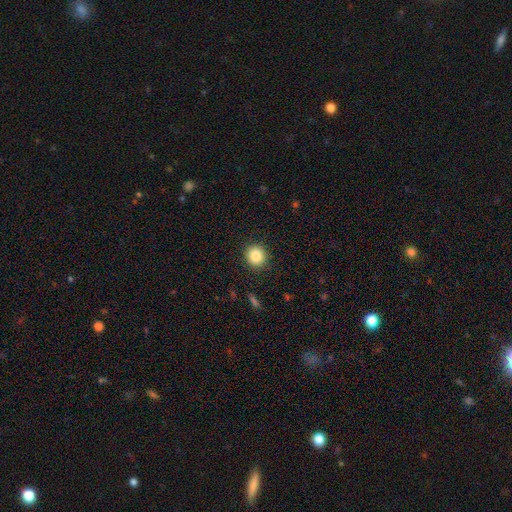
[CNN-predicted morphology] The model was most divided on "how rounded": round: 86%, in between: 13%, cigar-shaped: 1%. More confident: merging — none (91%); smooth or featured — smooth (86%).